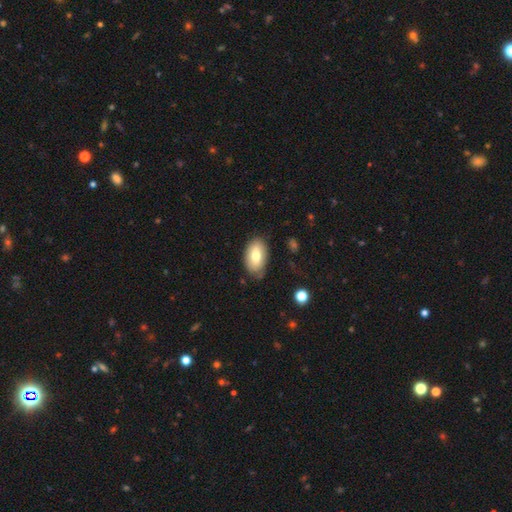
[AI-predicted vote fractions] Q: Smooth or featured?
A: smooth (75%); runner-up: featured or disk (18%)
Q: How rounded?
A: in between (93%); runner-up: round (5%)
Q: Merging?
A: none (77%); runner-up: minor disturbance (18%)